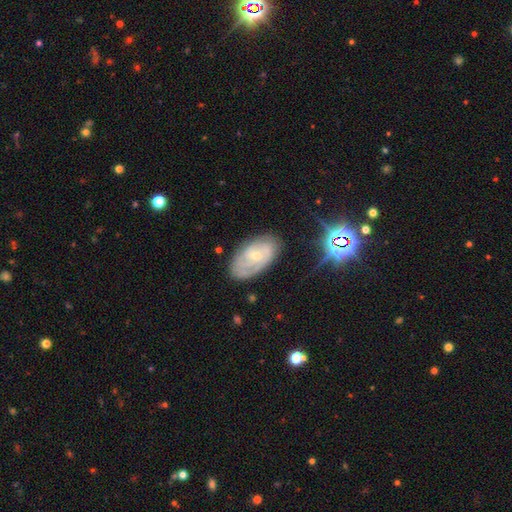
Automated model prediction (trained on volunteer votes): Morphology: type=featured or disk (76%); edge-on=no (95%); bar=no (66%); spiral arms=yes (91%); winding=tight (65%); arm count=can't tell (39%); bulge=small (73%); merging=none (75%).